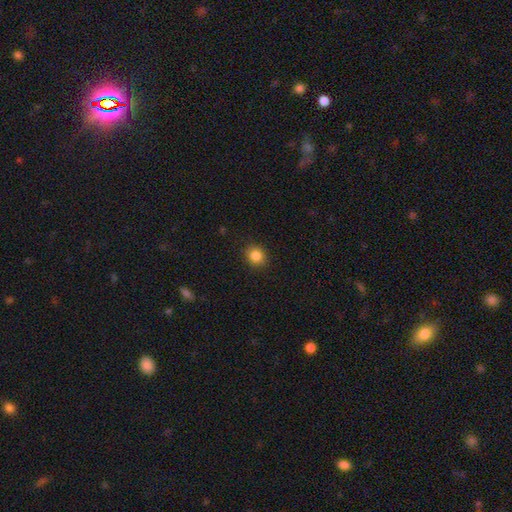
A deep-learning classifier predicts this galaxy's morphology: Smooth or featured?
  - smooth: 85% *
  - star or artifact: 11%
  - featured or disk: 5%
How rounded?
  - round: 83% *
  - in between: 16%
  - cigar-shaped: 1%
Merging?
  - none: 90% *
  - minor disturbance: 7%
  - major disturbance: 2%
  - merger: 1%